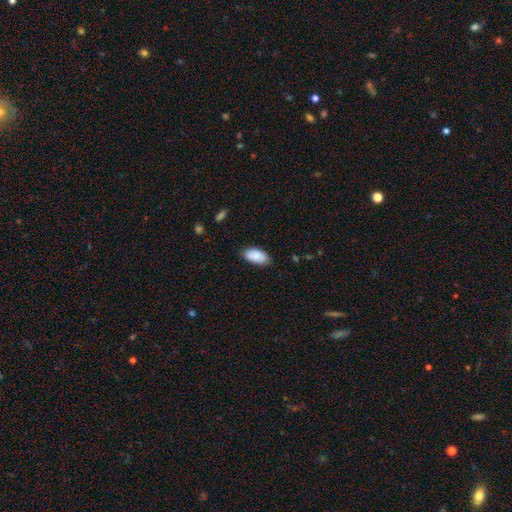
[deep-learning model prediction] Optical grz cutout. It shows a smooth galaxy with no disk features (87%) that is in between round and cigar-shaped (94%). Merging: none (81%).